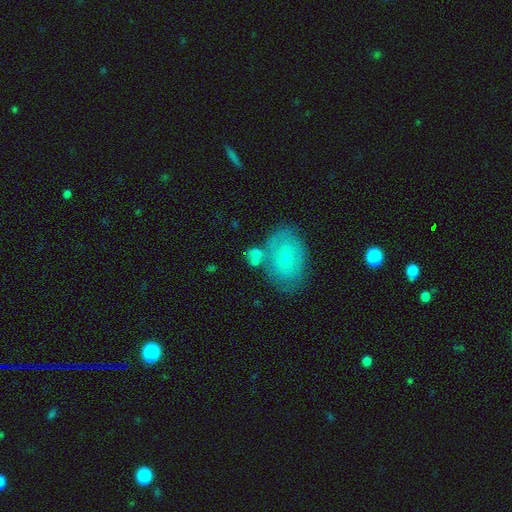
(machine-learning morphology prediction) Overall: smooth (63%; featured or disk 28%). How rounded: in between (60%; round 37%). Merging: none (48%; merger 29%).